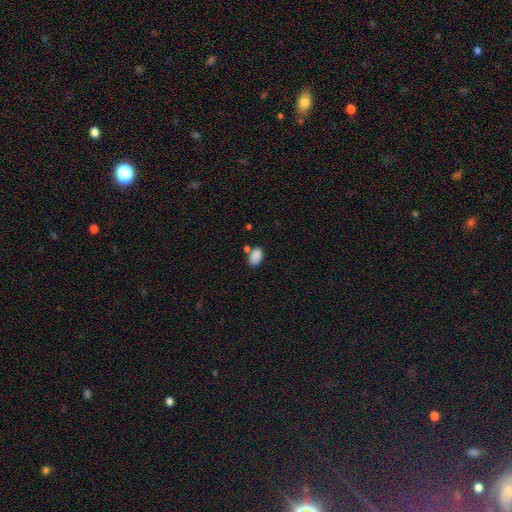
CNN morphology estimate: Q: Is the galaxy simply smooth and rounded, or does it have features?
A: smooth — 87%.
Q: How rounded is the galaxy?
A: in between — 88%.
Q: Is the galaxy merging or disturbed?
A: none — 64%.